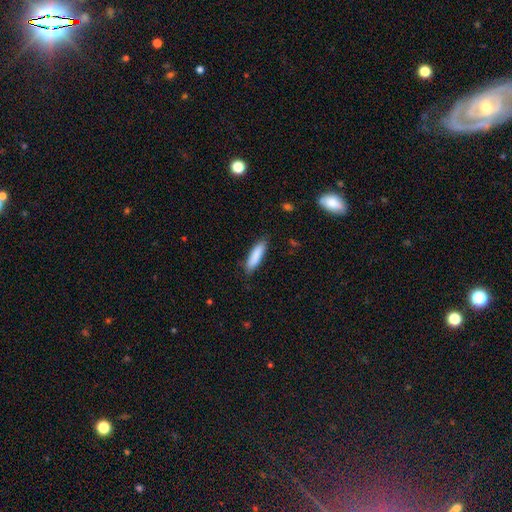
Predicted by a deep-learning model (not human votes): The model was most divided on "how rounded": cigar-shaped: 65%, in between: 34%, round: 1%. More confident: smooth or featured — smooth (87%); merging — none (84%).